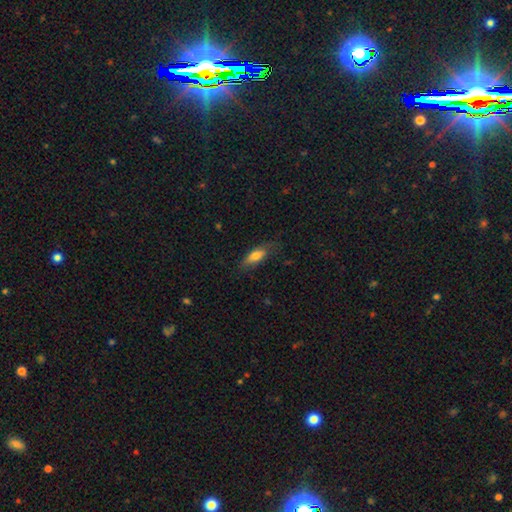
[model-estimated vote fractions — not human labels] Smooth or featured? smooth (75%)
How rounded? in between (69%)
Merging? none (67%)